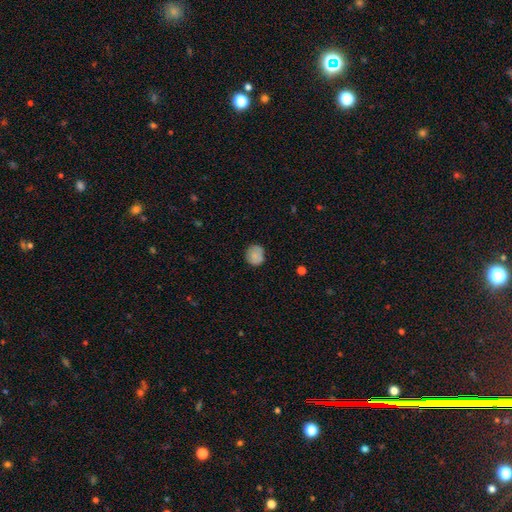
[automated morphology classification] smooth-or-featured: smooth: 80% | featured or disk: 12% | star or artifact: 8%
  how-rounded: round: 84% | in between: 15% | cigar-shaped: 1%
  merging: none: 78% | minor disturbance: 17% | major disturbance: 3% | merger: 2%